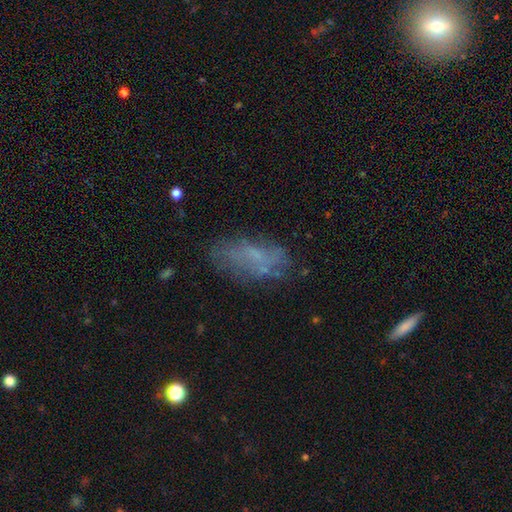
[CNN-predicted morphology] This is possibly a smooth galaxy (49%). Merging: likely none (63%).